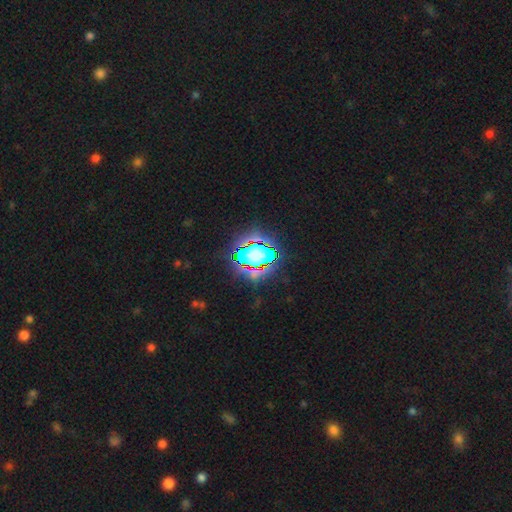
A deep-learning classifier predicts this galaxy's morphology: This appears to be a star or artifact, not a galaxy (59%).